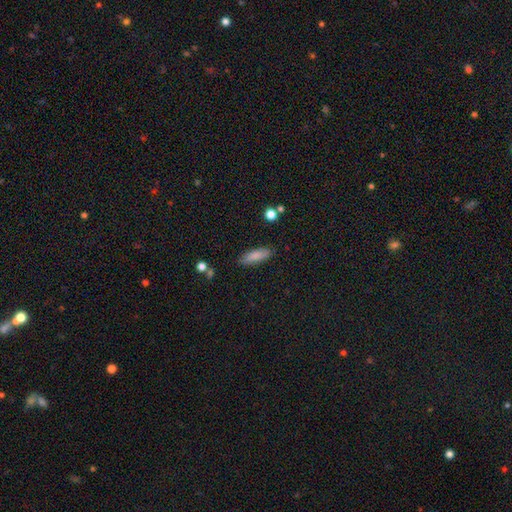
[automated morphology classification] smooth-or-featured: smooth: 84% | featured or disk: 10% | star or artifact: 7%
  how-rounded: in between: 54% | cigar-shaped: 44% | round: 2%
  merging: none: 85% | minor disturbance: 11% | major disturbance: 2% | merger: 2%